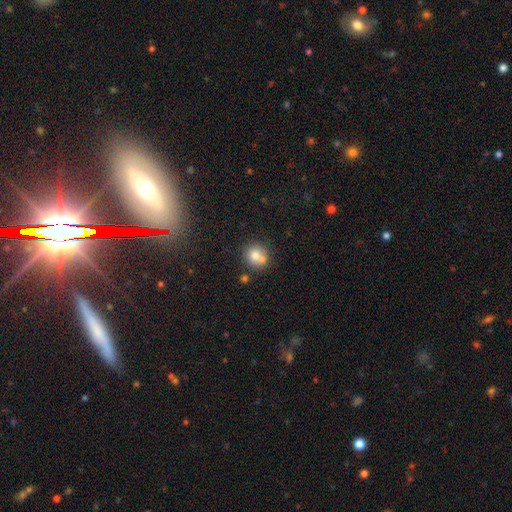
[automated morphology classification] Smooth or featured? smooth (75%)
How rounded? round (83%)
Merging? none (53%)